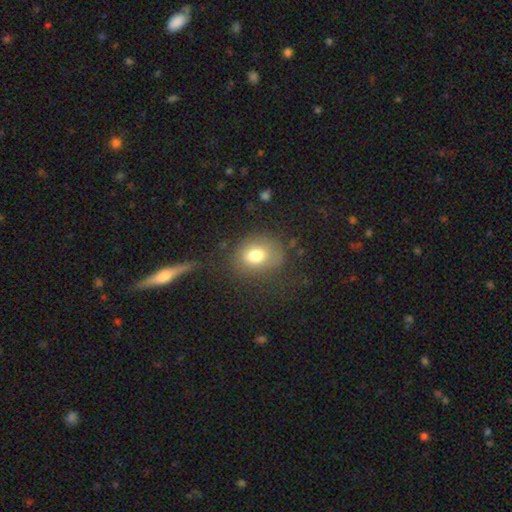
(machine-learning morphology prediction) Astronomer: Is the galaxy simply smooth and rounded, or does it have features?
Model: smooth — 76%.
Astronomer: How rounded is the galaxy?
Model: round — 50% (runner-up: in between, 49%).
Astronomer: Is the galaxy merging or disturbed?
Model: none — 69%.